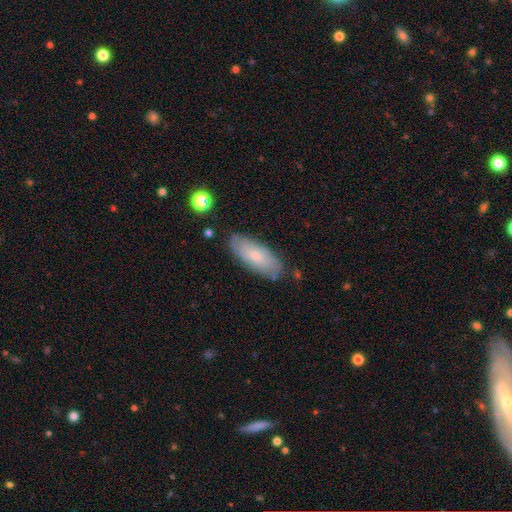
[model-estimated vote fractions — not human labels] The model was most divided on "smooth or featured": smooth: 64%, featured or disk: 29%, star or artifact: 7%. More confident: merging — none (81%); how rounded — in between (78%).